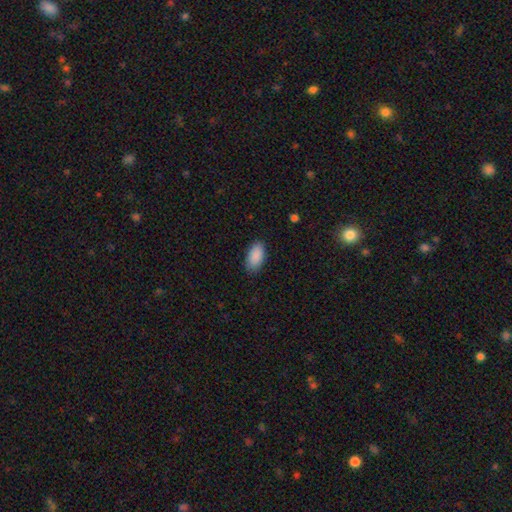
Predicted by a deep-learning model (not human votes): The model was most divided on "merging": none: 86%, minor disturbance: 11%, major disturbance: 2%, merger: 1%. More confident: how rounded — in between (94%); smooth or featured — smooth (90%).